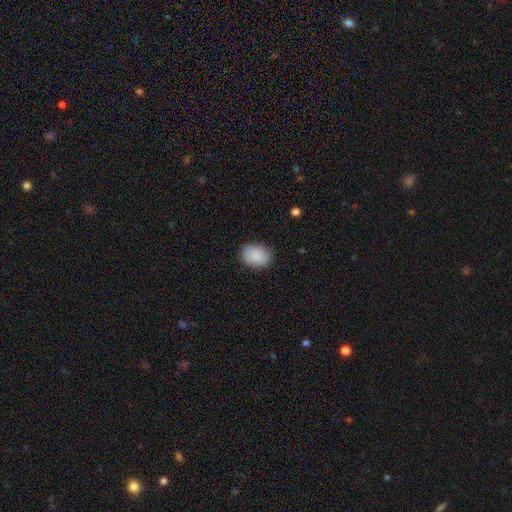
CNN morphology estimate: Q: Smooth or featured?
A: smooth (89%); runner-up: star or artifact (7%)
Q: How rounded?
A: in between (66%); runner-up: round (33%)
Q: Merging?
A: none (84%); runner-up: minor disturbance (12%)